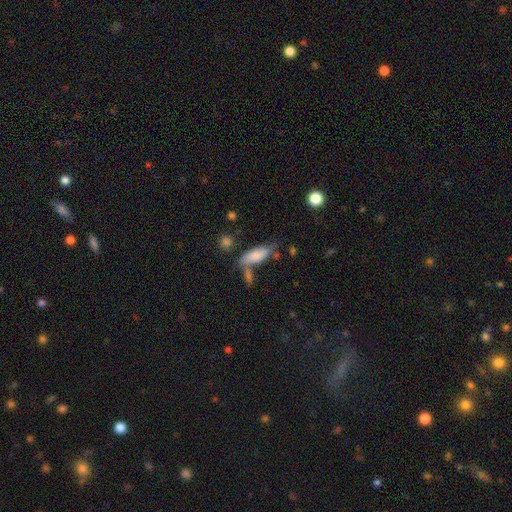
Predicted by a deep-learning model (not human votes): Morphology: type=smooth (78%); roundness=in between (73%); merging=none (43%).